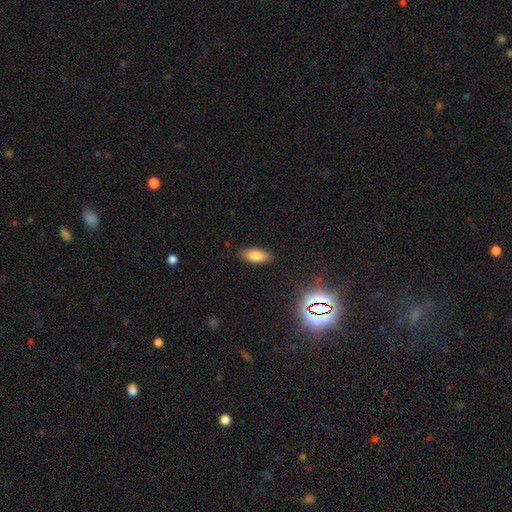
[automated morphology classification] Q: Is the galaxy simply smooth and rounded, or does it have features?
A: smooth — 81%.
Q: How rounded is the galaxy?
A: in between — 85%.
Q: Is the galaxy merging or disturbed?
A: none — 86%.